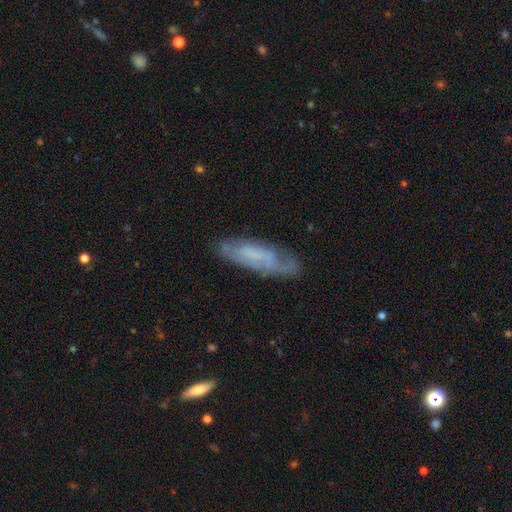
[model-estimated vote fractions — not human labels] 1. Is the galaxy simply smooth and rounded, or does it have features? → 52% featured or disk, 39% smooth, 8% star or artifact.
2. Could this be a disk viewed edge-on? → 72% no, 28% yes.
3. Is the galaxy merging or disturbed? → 60% none, 26% minor disturbance, 11% major disturbance, 3% merger.